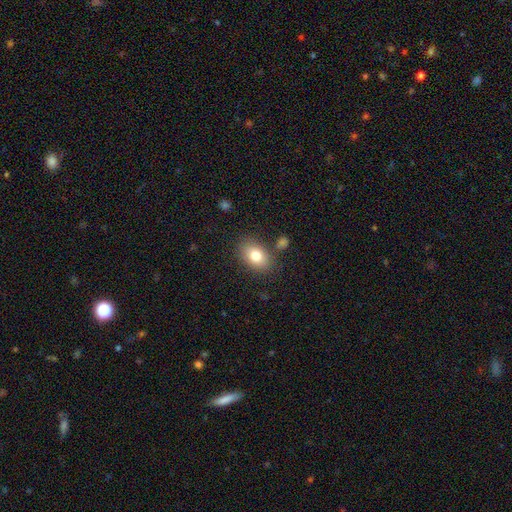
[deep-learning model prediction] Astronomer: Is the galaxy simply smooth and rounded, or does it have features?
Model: smooth — 80%.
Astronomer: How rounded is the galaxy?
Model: in between — 82%.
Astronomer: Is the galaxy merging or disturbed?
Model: none — 79%.